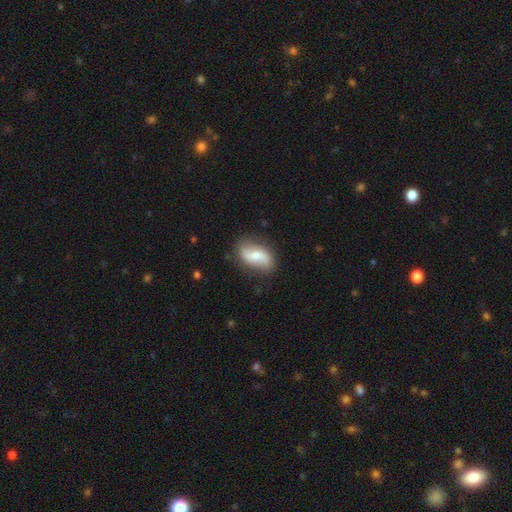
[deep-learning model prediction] Smooth or featured: featured or disk — 56% (smooth — 38%)
Edge-on disk: no — 94% (yes — 6%)
Bar: weak — 42% (no — 36%)
Spiral arms: yes — 84% (no — 16%)
Bulge size: moderate — 49% (small — 41%)
Merging: none — 79% (minor disturbance — 16%)